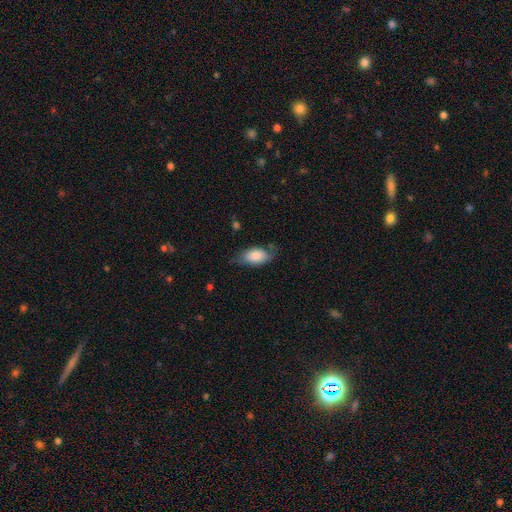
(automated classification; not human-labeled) A smooth galaxy with no disk features (77%) that is in between round and cigar-shaped (92%). Merging: none (59%).